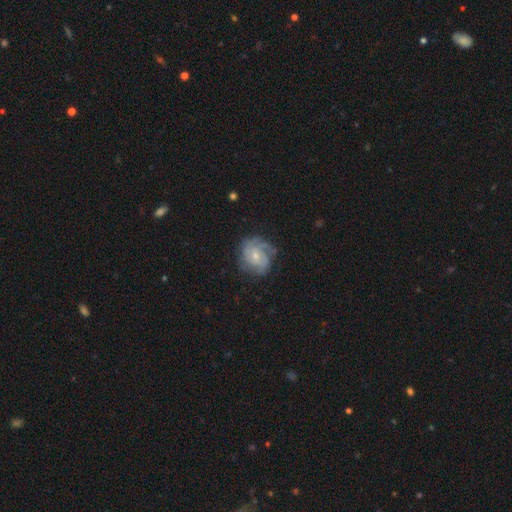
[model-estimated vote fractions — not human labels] A featured or disk galaxy (77%) with no bar (62%), tight (56%) spiral arms (93%) and a small central bulge (57%).

Vote fractions:
- Smooth or featured? featured or disk: 77% / smooth: 17% / star or artifact: 6%
- Edge-on disk? no: 98% / yes: 2%
- Bar? no: 62% / weak: 34% / strong: 5%
- Spiral arms? yes: 93% / no: 7%
- Spiral winding? tight: 56% / medium: 34% / loose: 10%
- Spiral arm count? can't tell: 30% / 2: 26% / 3: 25% / 4: 8% / 1: 7% / more than 4: 5%
- Bulge size? small: 57% / moderate: 37% / none: 3% / large: 2% / dominant: 1%
- Merging? none: 67% / minor disturbance: 21% / major disturbance: 10% / merger: 1%